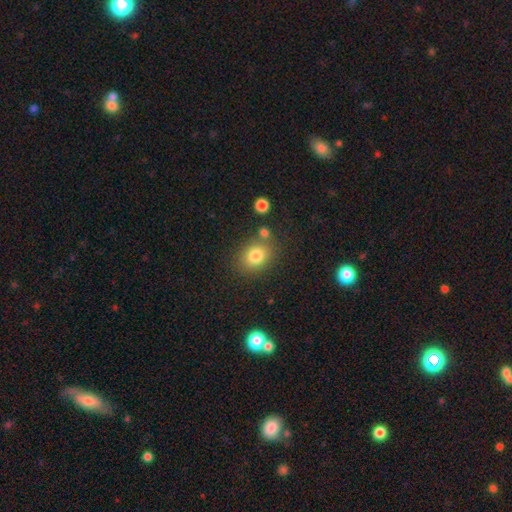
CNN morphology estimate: Q: Smooth or featured?
A: smooth (80%); runner-up: star or artifact (11%)
Q: How rounded?
A: round (53%); runner-up: in between (46%)
Q: Merging?
A: none (74%); runner-up: minor disturbance (12%)